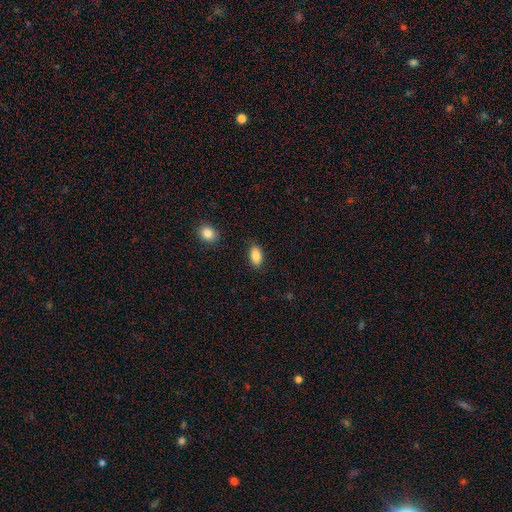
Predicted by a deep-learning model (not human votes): The model was most divided on "merging": none: 85%, minor disturbance: 11%, major disturbance: 3%, merger: 2%. More confident: how rounded — in between (92%); smooth or featured — smooth (87%).